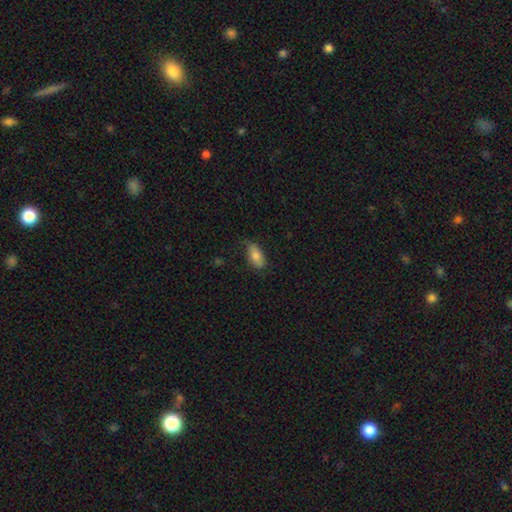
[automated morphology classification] Smooth or featured? Predicted: smooth (p=0.77). How rounded? Predicted: in between (p=0.87). Merging? Predicted: none (p=0.65).